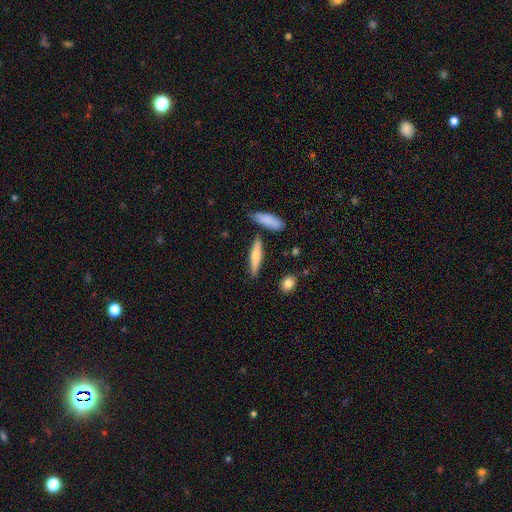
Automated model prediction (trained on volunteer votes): A smooth galaxy with no disk features (61%) that is cigar-shaped (82%). Merging: none (78%).